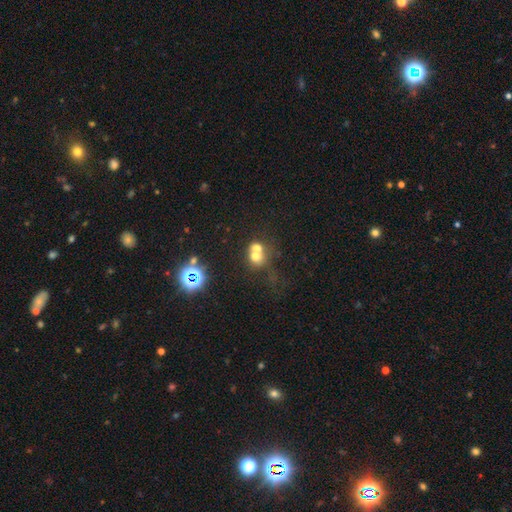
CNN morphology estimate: The model was most divided on "merging": merger: 64%, none: 25%, minor disturbance: 6%, major disturbance: 5%. More confident: how rounded — round (70%); smooth or featured — smooth (61%).